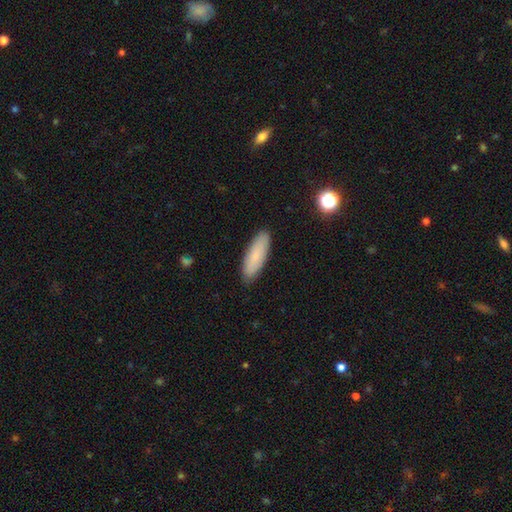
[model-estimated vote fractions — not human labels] A smooth galaxy with no disk features (77%) that is in between round and cigar-shaped (52%). Merging: none (87%).